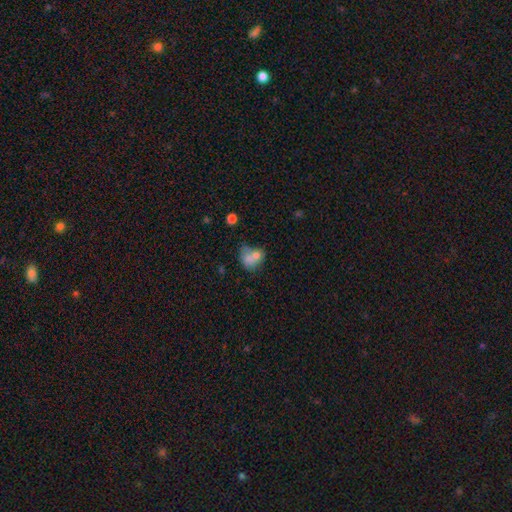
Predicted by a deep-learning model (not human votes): smooth 68%, featured or disk 21%, star or artifact 11%. Down the decision tree: how rounded — in between (57%); merging — merger (53%).